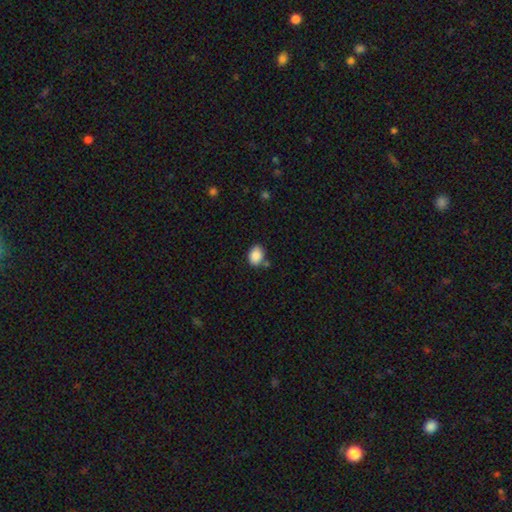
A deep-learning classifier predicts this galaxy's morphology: Smooth or featured? Predicted: smooth (p=0.88). How rounded? Predicted: in between (p=0.72). Merging? Predicted: none (p=0.70).